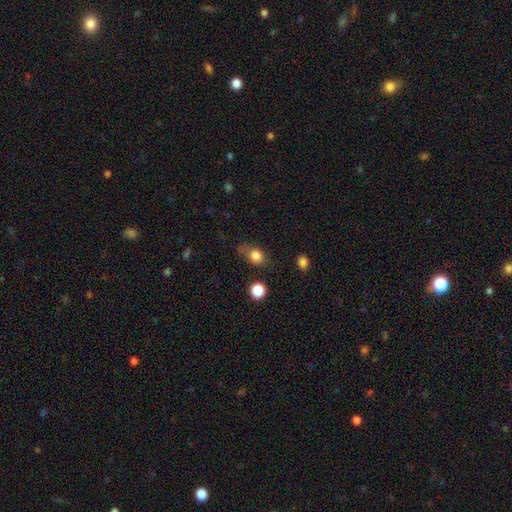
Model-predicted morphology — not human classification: This is clearly a smooth galaxy (82%). How rounded: possibly round (54%). Merging: possibly none (59%).